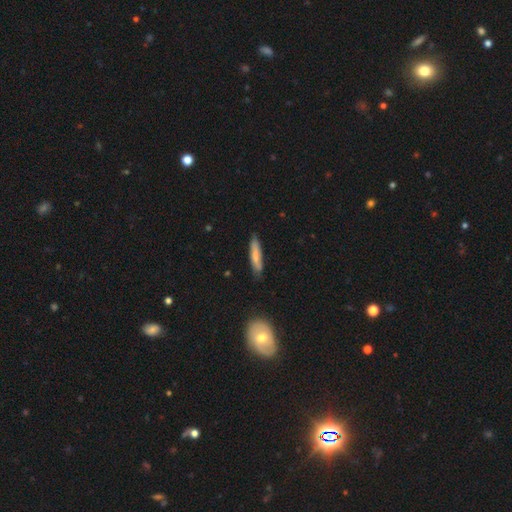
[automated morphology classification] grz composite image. It shows a smooth galaxy with no disk features (70%) that is cigar-shaped (82%). Merging: none (76%).